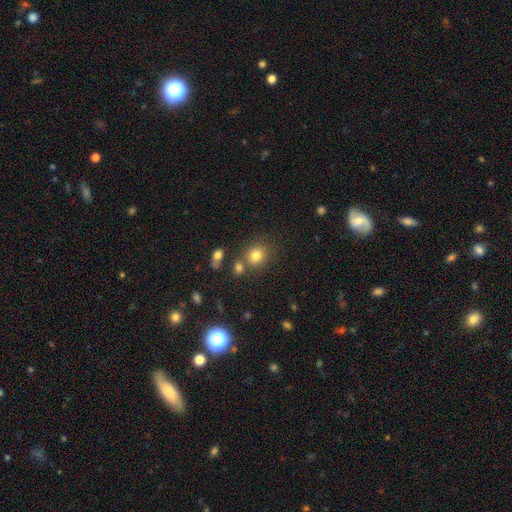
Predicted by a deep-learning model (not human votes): smooth-or-featured: smooth: 79% | star or artifact: 13% | featured or disk: 8%
  how-rounded: round: 74% | in between: 25% | cigar-shaped: 1%
  merging: none: 66% | merger: 17% | minor disturbance: 12% | major disturbance: 5%